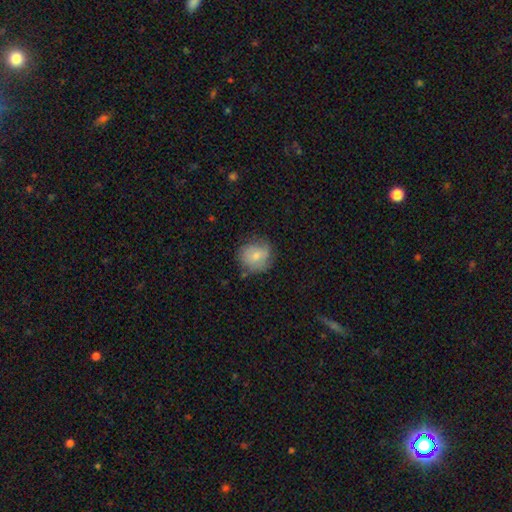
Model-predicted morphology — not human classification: smooth-or-featured: smooth: 67% | featured or disk: 26% | star or artifact: 7%
  how-rounded: round: 85% | in between: 14% | cigar-shaped: 1%
  merging: none: 65% | minor disturbance: 25% | major disturbance: 7% | merger: 2%